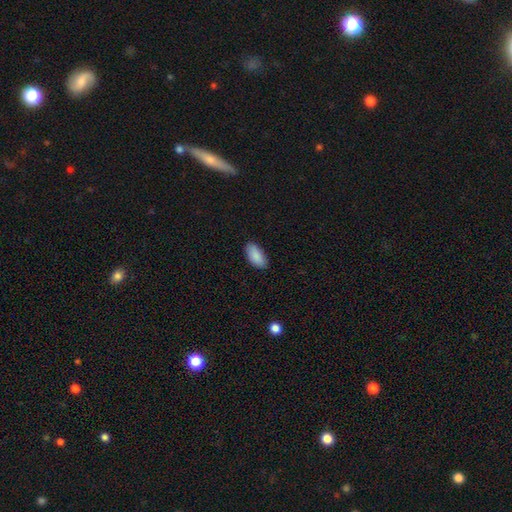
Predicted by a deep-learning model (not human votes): smooth-or-featured: smooth: 89% | star or artifact: 6% | featured or disk: 5%
  how-rounded: in between: 93% | cigar-shaped: 5% | round: 2%
  merging: none: 87% | minor disturbance: 10% | major disturbance: 2% | merger: 1%